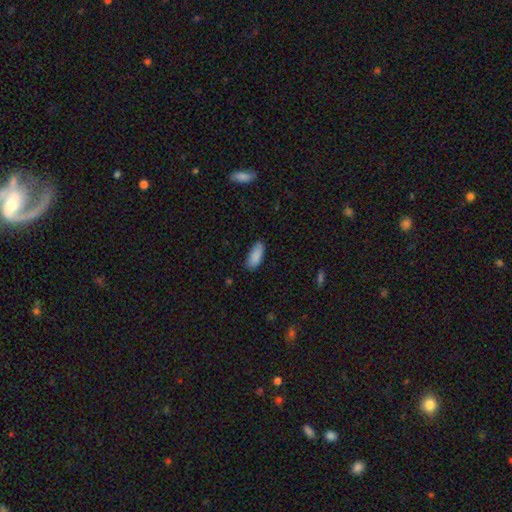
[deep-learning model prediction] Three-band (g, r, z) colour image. It shows a smooth galaxy with no disk features (88%) that is in between round and cigar-shaped (83%). Merging: none (79%).